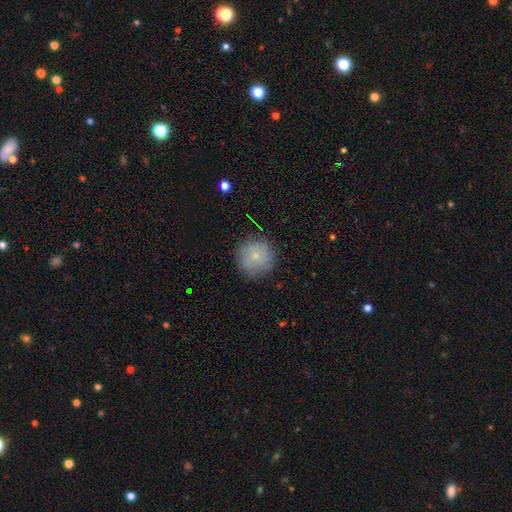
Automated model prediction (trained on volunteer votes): smooth-or-featured: smooth: 73% | featured or disk: 17% | star or artifact: 10%
  how-rounded: round: 94% | in between: 5% | cigar-shaped: 1%
  merging: none: 80% | minor disturbance: 14% | major disturbance: 4% | merger: 2%